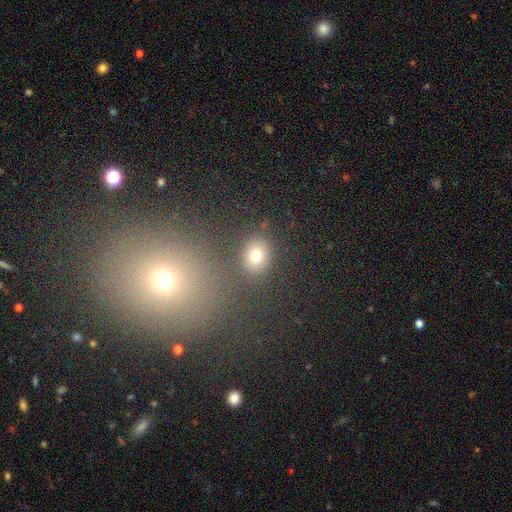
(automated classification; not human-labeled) smooth_or_featured: smooth (p=0.73) [alt: star or artifact p=0.18]
how_rounded: round (p=0.58) [alt: in between p=0.41]
merging: none (p=0.84) [alt: minor disturbance p=0.08]